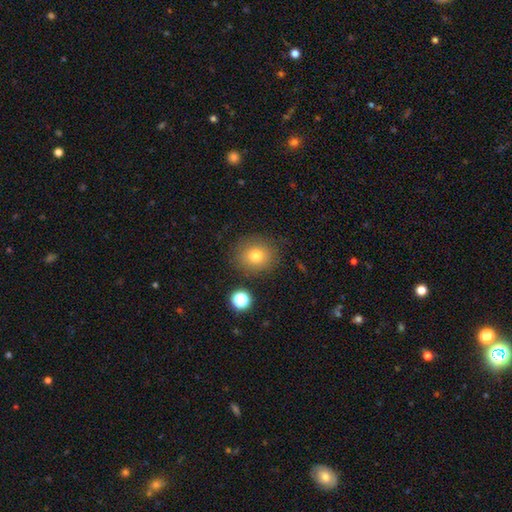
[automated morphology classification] A smooth galaxy with no disk features (76%) that is round (81%).

Vote fractions:
- Smooth or featured? smooth: 76% / star or artifact: 13% / featured or disk: 11%
- How rounded? round: 81% / in between: 18% / cigar-shaped: 1%
- Merging? none: 83% / minor disturbance: 10% / major disturbance: 4% / merger: 3%